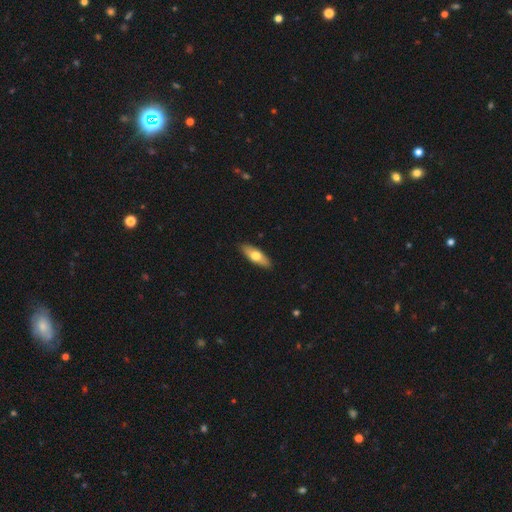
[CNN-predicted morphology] smooth 64%, featured or disk 31%, star or artifact 5%. Down the decision tree: how rounded — in between (59%); merging — none (90%).